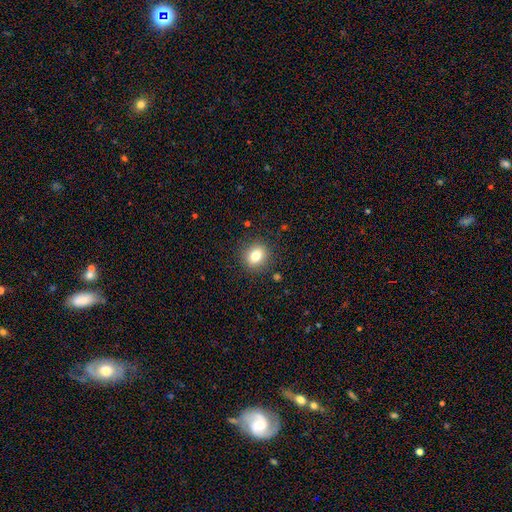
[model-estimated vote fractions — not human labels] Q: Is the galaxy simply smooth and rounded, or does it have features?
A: smooth — 80%.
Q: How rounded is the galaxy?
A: round — 71%.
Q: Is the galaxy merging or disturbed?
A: none — 88%.